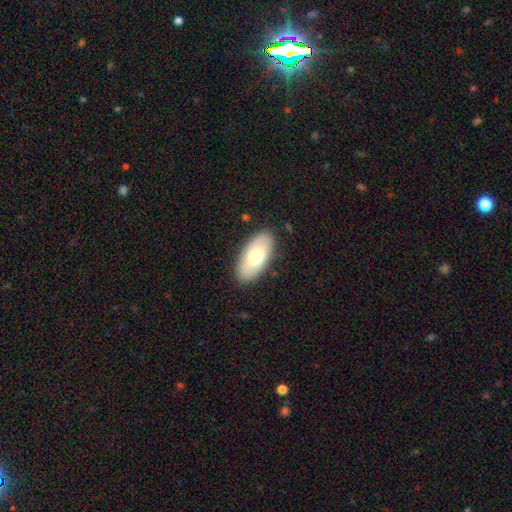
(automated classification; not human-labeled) Smooth or featured? Predicted: smooth (p=0.66). How rounded? Predicted: in between (p=0.92). Merging? Predicted: none (p=0.86).